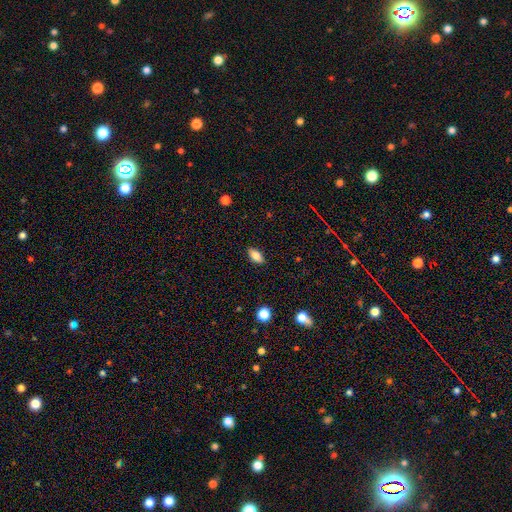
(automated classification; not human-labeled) The model was most divided on "smooth or featured": smooth: 83%, featured or disk: 9%, star or artifact: 8%. More confident: how rounded — in between (88%); merging — none (88%).